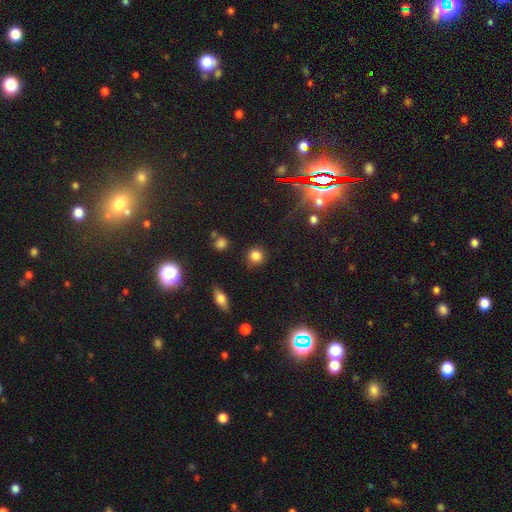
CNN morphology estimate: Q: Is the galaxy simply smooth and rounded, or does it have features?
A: smooth — 83%.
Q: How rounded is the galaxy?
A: round — 91%.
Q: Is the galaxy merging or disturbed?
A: none — 86%.